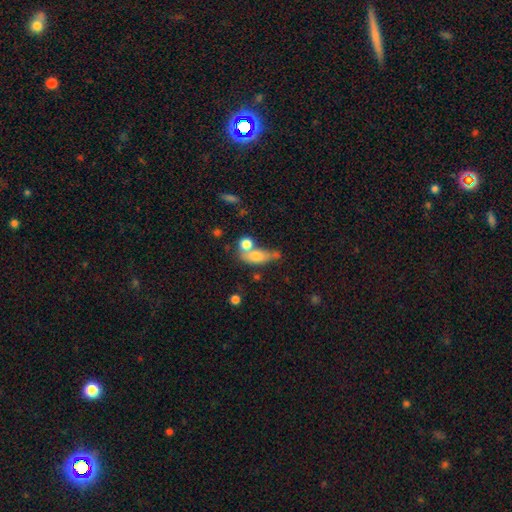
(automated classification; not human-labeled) Smooth or featured?
  - smooth: 69% *
  - featured or disk: 21%
  - star or artifact: 10%
How rounded?
  - in between: 67% *
  - round: 16%
  - cigar-shaped: 16%
Merging?
  - merger: 37% *
  - none: 35%
  - minor disturbance: 17%
  - major disturbance: 11%